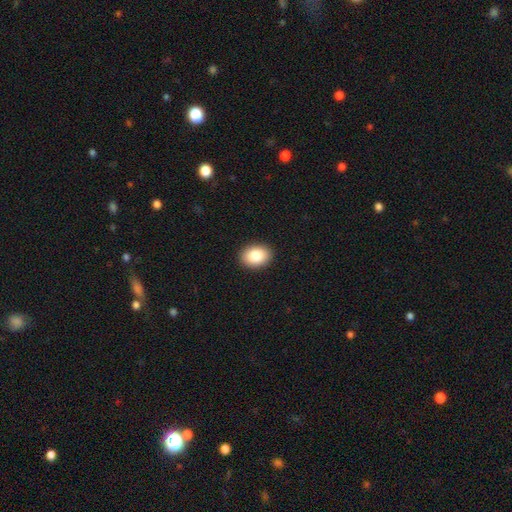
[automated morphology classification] Q: Smooth or featured?
A: smooth (85%); runner-up: star or artifact (8%)
Q: How rounded?
A: in between (74%); runner-up: round (25%)
Q: Merging?
A: none (91%); runner-up: minor disturbance (6%)